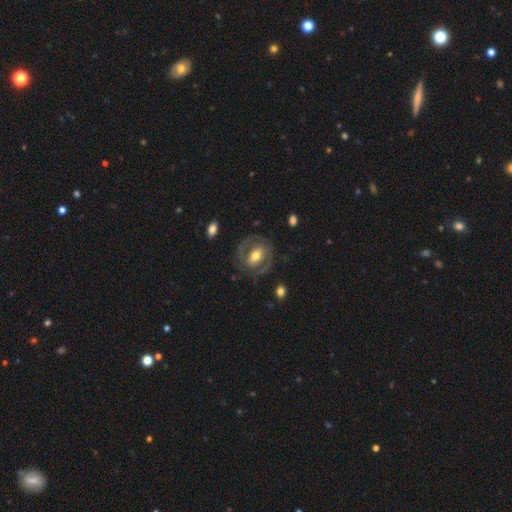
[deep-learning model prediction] Overall: featured or disk (68%). Edge-on disk: no (95%). Bar: no (40%; weak 34%). Spiral arms: yes (59%; no 41%). Bulge size: moderate (70%). Merging: none (71%).